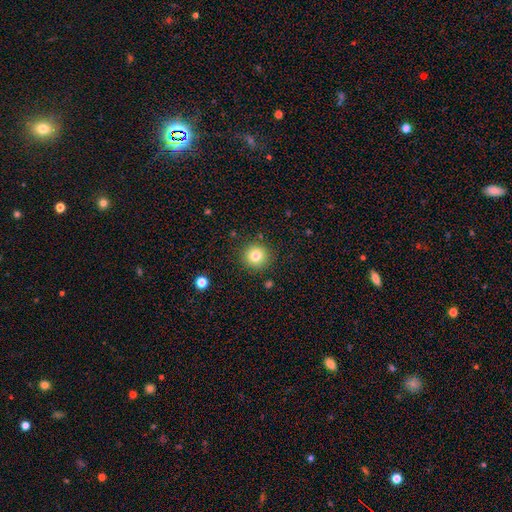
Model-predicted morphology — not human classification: Overall: smooth (80%). How rounded: round (94%). Merging: none (89%).